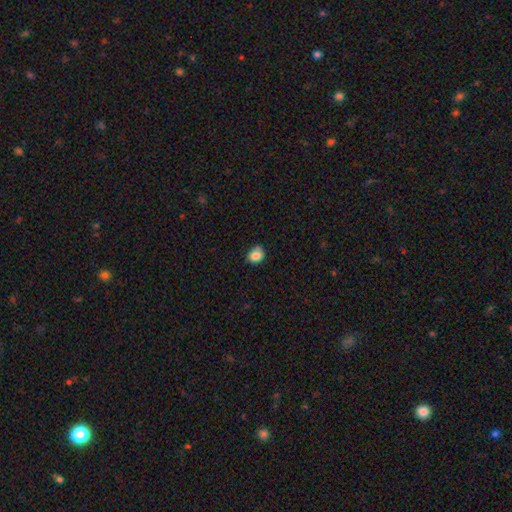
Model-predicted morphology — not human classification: Q: Smooth or featured?
A: smooth (82%); runner-up: star or artifact (10%)
Q: How rounded?
A: round (59%); runner-up: in between (40%)
Q: Merging?
A: none (59%); runner-up: minor disturbance (27%)